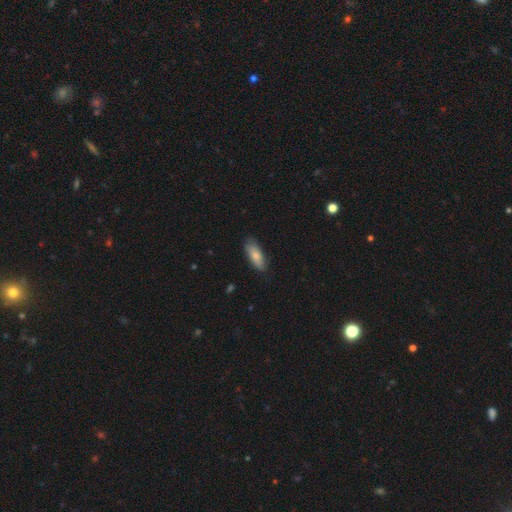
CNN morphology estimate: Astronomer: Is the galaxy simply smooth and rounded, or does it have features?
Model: smooth — 79%.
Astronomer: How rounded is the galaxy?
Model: in between — 71%.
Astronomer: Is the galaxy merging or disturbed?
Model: none — 81%.